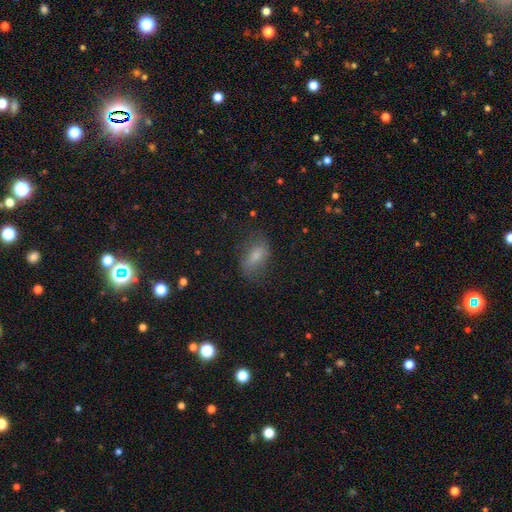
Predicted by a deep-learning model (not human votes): Overall: smooth (68%). How rounded: in between (86%). Merging: none (66%).